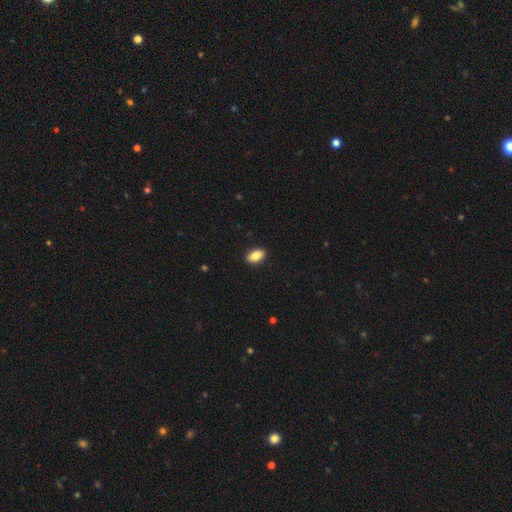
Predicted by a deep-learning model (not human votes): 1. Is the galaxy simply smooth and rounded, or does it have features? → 87% smooth, 7% star or artifact, 5% featured or disk.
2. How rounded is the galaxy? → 92% in between, 6% round, 2% cigar-shaped.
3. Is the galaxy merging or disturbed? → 91% none, 7% minor disturbance, 2% major disturbance, 1% merger.